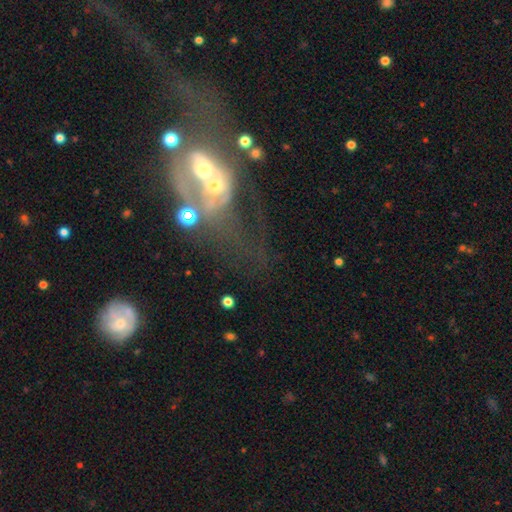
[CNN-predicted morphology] The model was most divided on "bulge size": moderate: 52%, small: 27%, large: 9%, none: 9%, dominant: 4%. More confident: edge-on disk — no (93%); bar — no (79%); spiral arms — no (71%); merging — merger (57%); smooth or featured — featured or disk (55%).